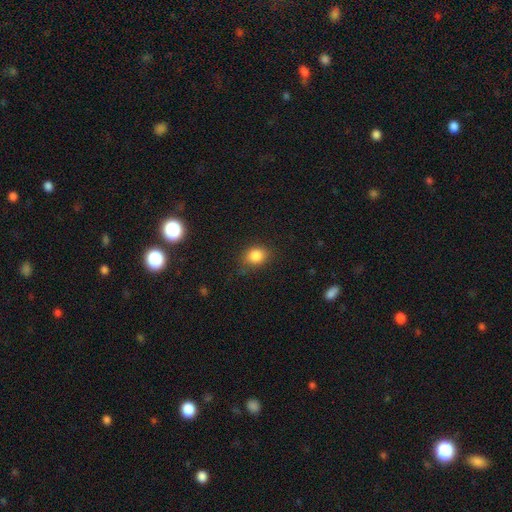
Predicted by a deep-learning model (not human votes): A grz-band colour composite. It shows a smooth galaxy with no disk features (84%) that is round (51%). Merging: none (72%).